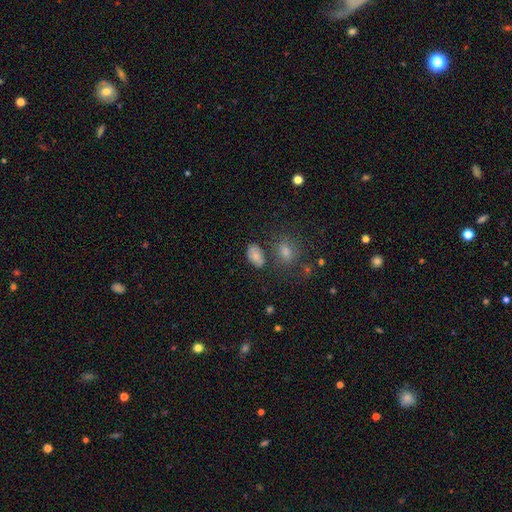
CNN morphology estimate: This is likely a smooth galaxy (76%). How rounded: clearly in between (86%). Merging: likely none (66%).